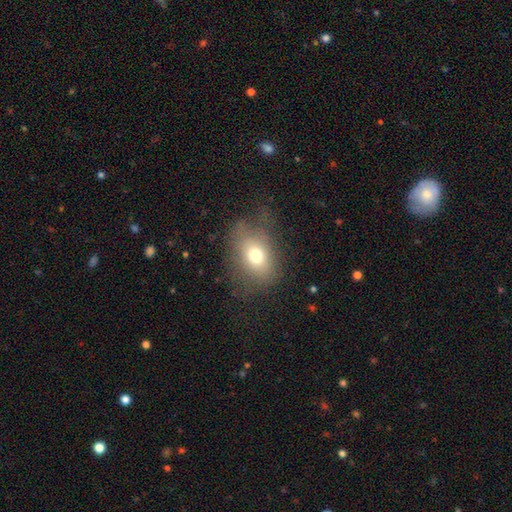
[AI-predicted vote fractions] smooth 71%, featured or disk 17%, star or artifact 13%. Down the decision tree: how rounded — in between (68%); merging — none (60%).